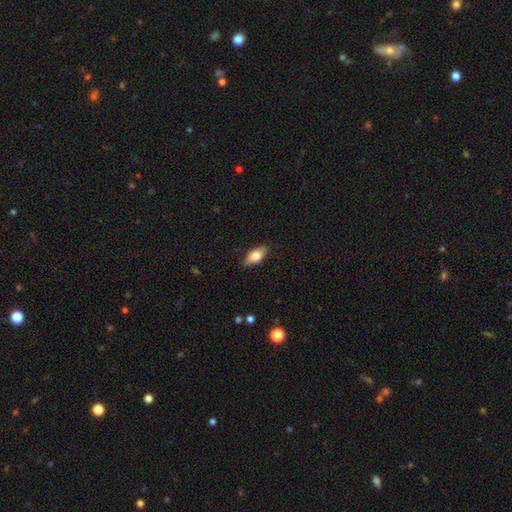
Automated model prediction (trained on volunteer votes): Smooth or featured?
  - smooth: 75% *
  - featured or disk: 19%
  - star or artifact: 7%
How rounded?
  - in between: 88% *
  - cigar-shaped: 7%
  - round: 5%
Merging?
  - none: 85% *
  - minor disturbance: 12%
  - major disturbance: 2%
  - merger: 1%